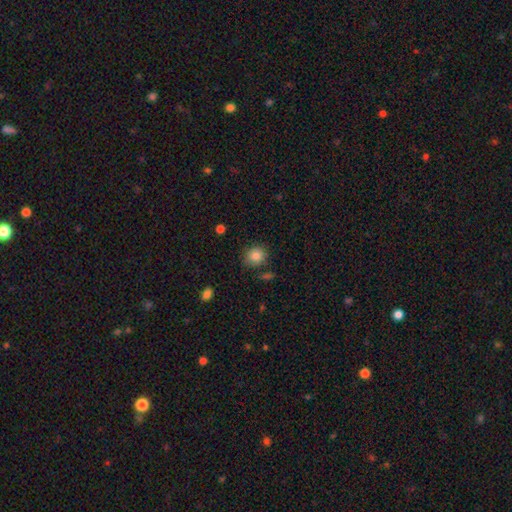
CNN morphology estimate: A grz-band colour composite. It shows a smooth galaxy with no disk features (85%) that is round (79%). Merging: none (80%).